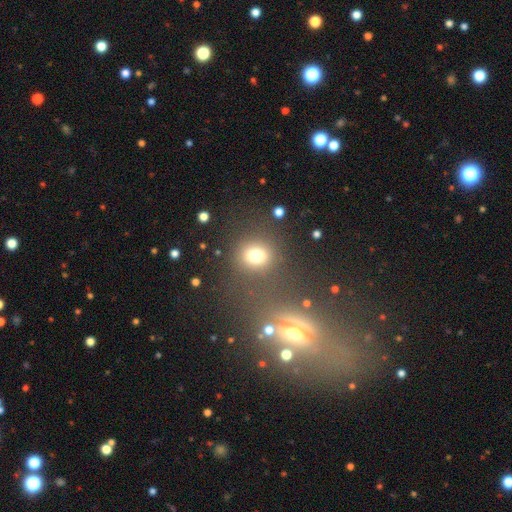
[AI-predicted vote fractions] smooth 73%, star or artifact 19%, featured or disk 8%. Down the decision tree: how rounded — round (81%); merging — none (79%).